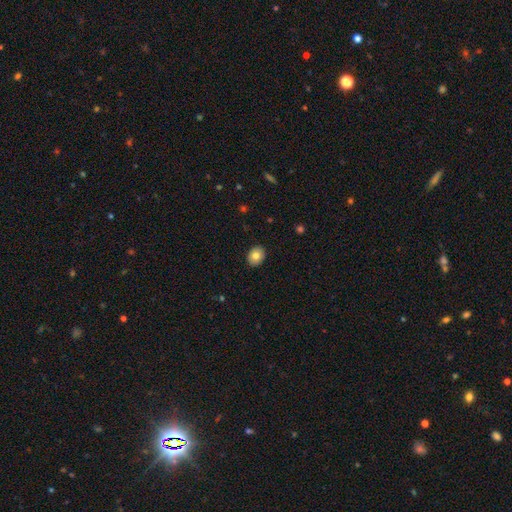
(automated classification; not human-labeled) This is likely a smooth galaxy (79%). How rounded: possibly in between (58%). Merging: clearly none (90%).